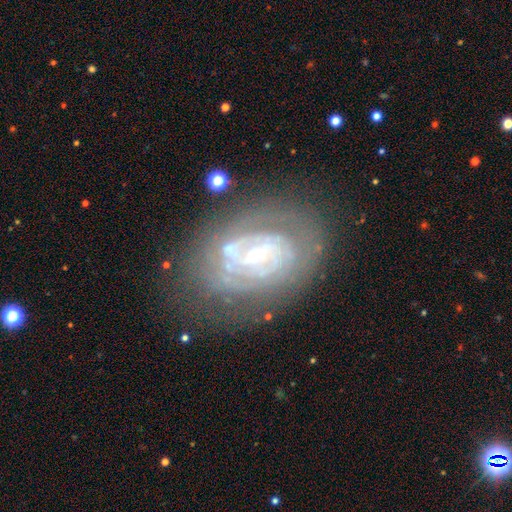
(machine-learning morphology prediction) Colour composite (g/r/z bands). It shows a featured or disk galaxy (79%) with a weak bar (41%), tight (71%) spiral arms (77%) and a small central bulge (72%). Merging: none (70%).